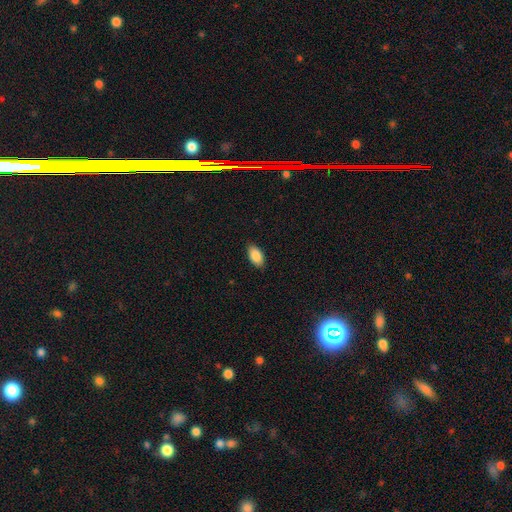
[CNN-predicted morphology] The model was most divided on "merging": none: 87%, minor disturbance: 10%, major disturbance: 2%, merger: 1%. More confident: how rounded — in between (94%); smooth or featured — smooth (89%).